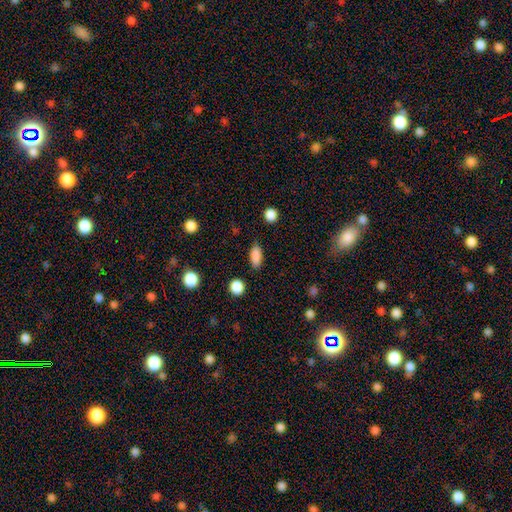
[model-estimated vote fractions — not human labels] A smooth galaxy with no disk features (87%) that is in between round and cigar-shaped (81%). Merging: none (86%).